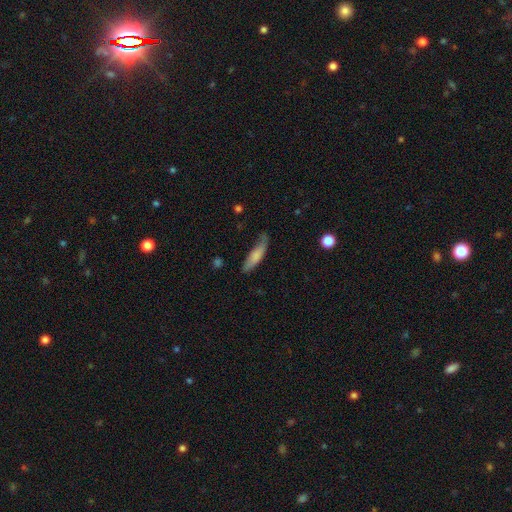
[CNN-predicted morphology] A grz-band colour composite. It shows a smooth galaxy with no disk features (75%) that is cigar-shaped (72%). Merging: none (58%).